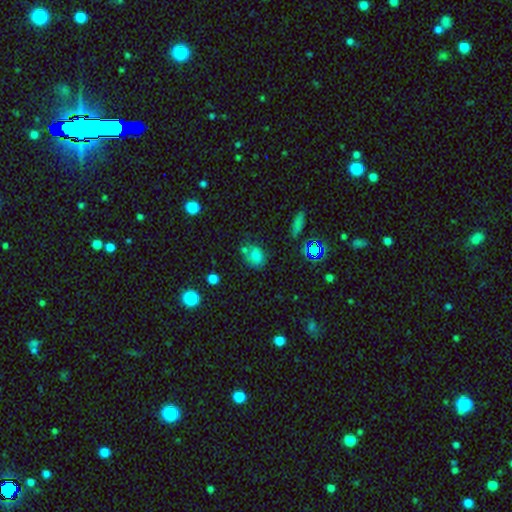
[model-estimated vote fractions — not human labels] Overall: smooth (73%). How rounded: round (51%; in between 48%). Merging: none (54%; minor disturbance 20%).